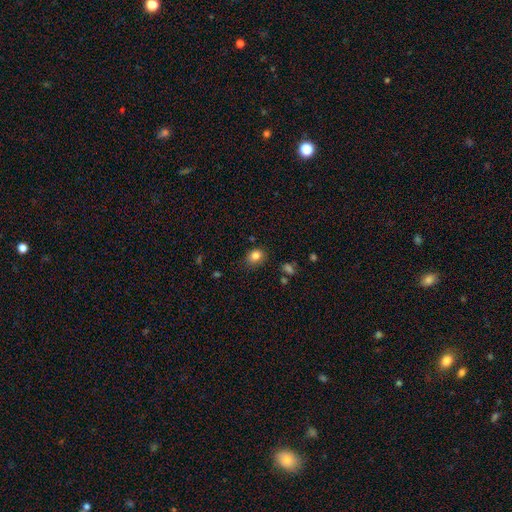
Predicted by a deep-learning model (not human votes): This appears to be a smooth galaxy with no disk features (83%) that is round (51%). Merging: none (81%).